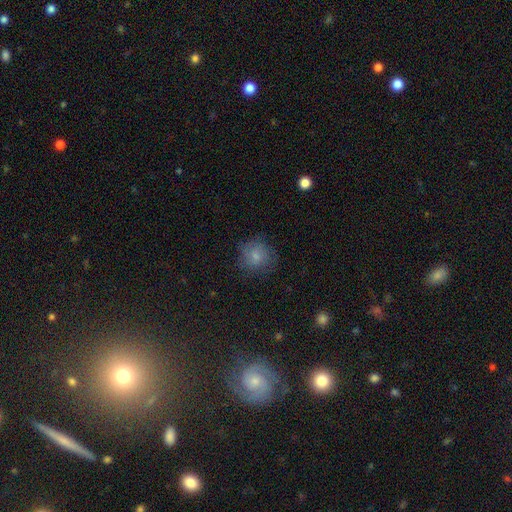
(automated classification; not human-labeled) Smooth or featured: smooth — 78% (featured or disk — 13%)
How rounded: round — 85% (in between — 14%)
Merging: none — 73% (minor disturbance — 19%)